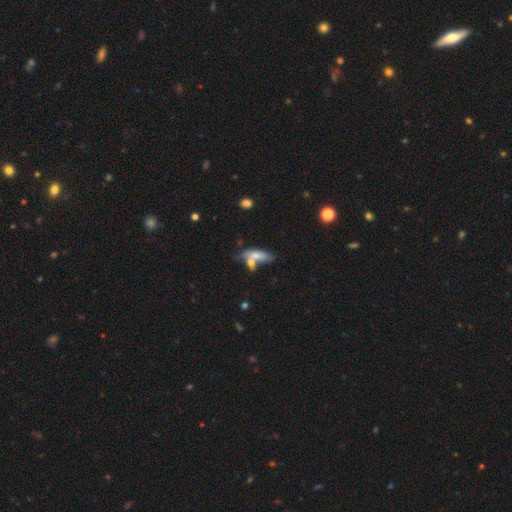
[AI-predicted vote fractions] smooth 67%, featured or disk 25%, star or artifact 8%. Down the decision tree: how rounded — in between (57%); merging — merger (42%).